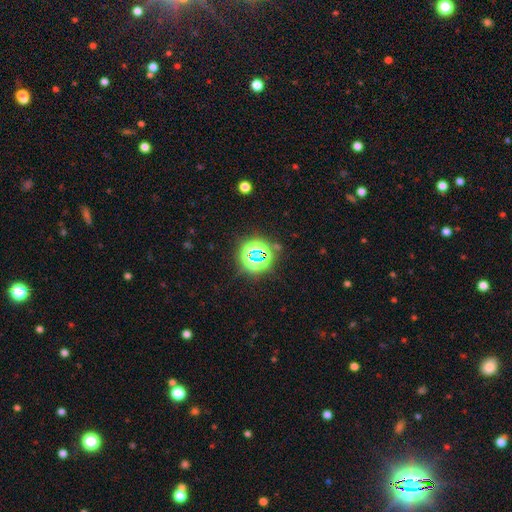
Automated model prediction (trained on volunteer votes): star or artifact 76%, smooth 16%, featured or disk 9%.